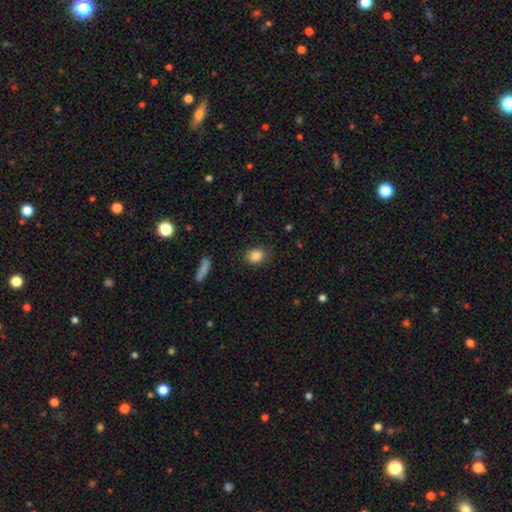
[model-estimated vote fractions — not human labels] This is clearly a smooth galaxy (87%). How rounded: possibly in between (53%). Merging: likely none (80%).